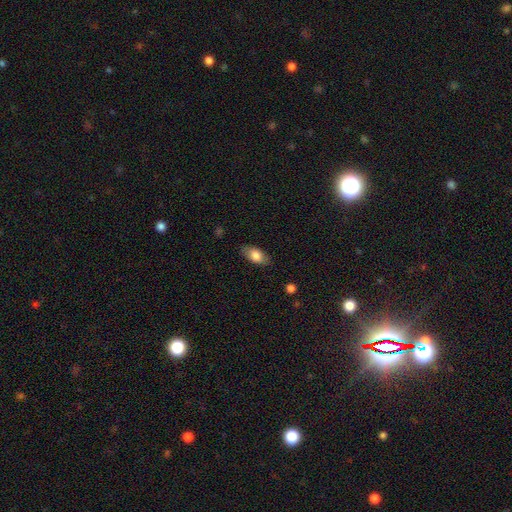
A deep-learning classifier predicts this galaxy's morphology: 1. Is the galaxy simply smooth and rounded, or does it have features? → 80% smooth, 14% featured or disk, 7% star or artifact.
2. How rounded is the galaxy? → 90% in between, 6% cigar-shaped, 5% round.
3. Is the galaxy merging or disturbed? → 82% none, 13% minor disturbance, 3% major disturbance, 1% merger.